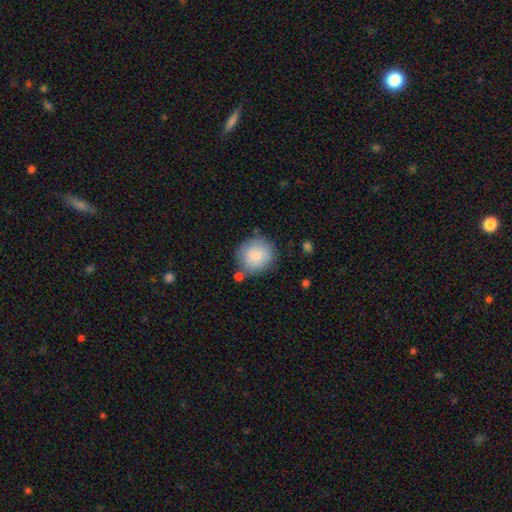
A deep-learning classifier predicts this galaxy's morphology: Smooth or featured? smooth (86%)
How rounded? round (88%)
Merging? none (70%)